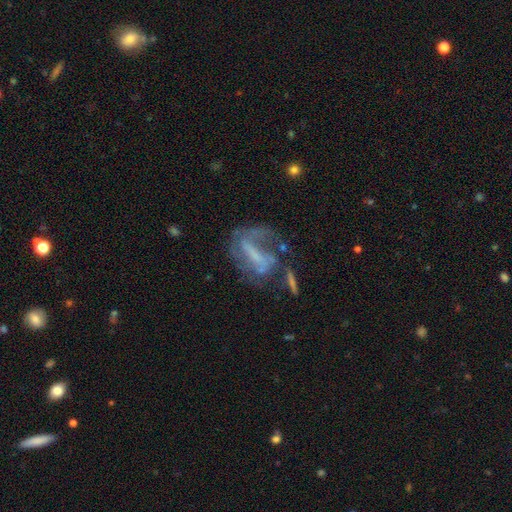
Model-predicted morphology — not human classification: This is likely a featured or disk galaxy (64%). It is clearly not viewed edge-on (91%). Bar: marginally strong (44%). Spiral arm pattern: possibly yes (51%). Central bulge: possibly none (51%). Merging: marginally major disturbance (38%).